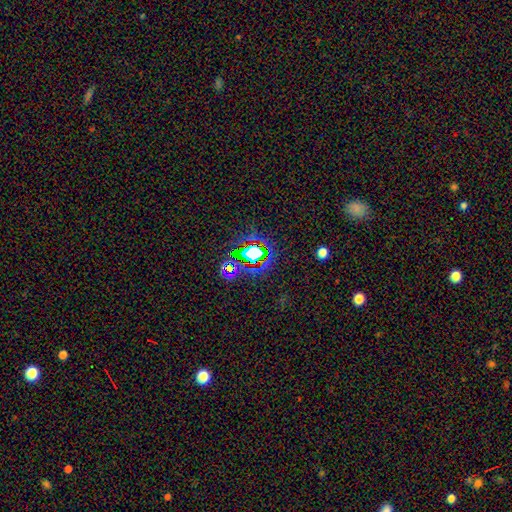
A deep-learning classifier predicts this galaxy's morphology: smooth-or-featured: star or artifact: 67% | smooth: 21% | featured or disk: 12%